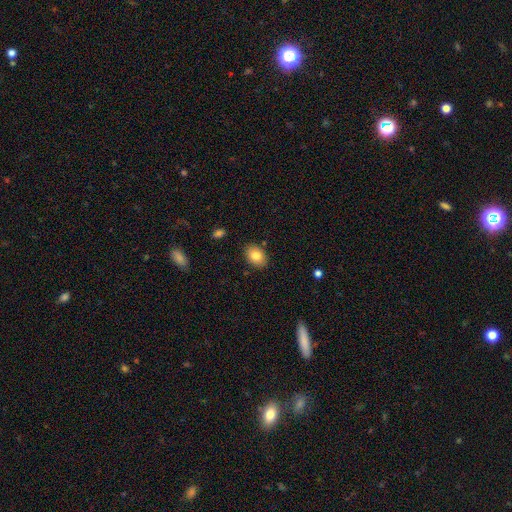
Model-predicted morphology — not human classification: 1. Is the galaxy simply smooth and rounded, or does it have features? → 83% smooth, 9% featured or disk, 8% star or artifact.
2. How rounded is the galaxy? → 73% in between, 26% round, 1% cigar-shaped.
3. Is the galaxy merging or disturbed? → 86% none, 10% minor disturbance, 2% major disturbance, 2% merger.